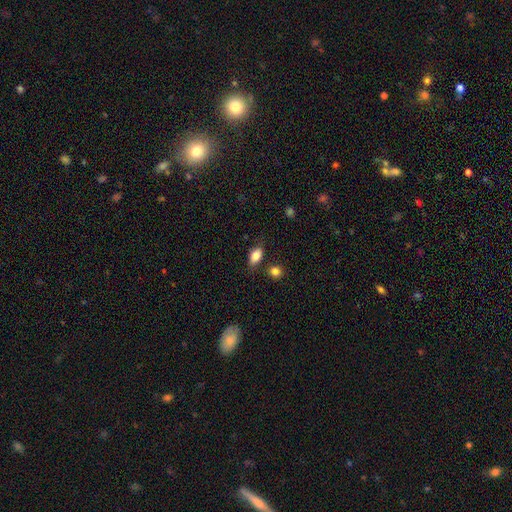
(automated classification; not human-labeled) The model was most divided on "merging": none: 77%, minor disturbance: 15%, merger: 5%, major disturbance: 3%. More confident: how rounded — in between (87%); smooth or featured — smooth (81%).